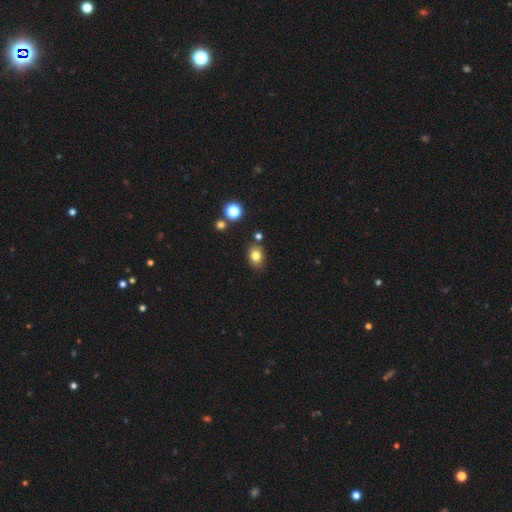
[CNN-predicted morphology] Smooth or featured? smooth (80%)
How rounded? in between (57%)
Merging? none (79%)